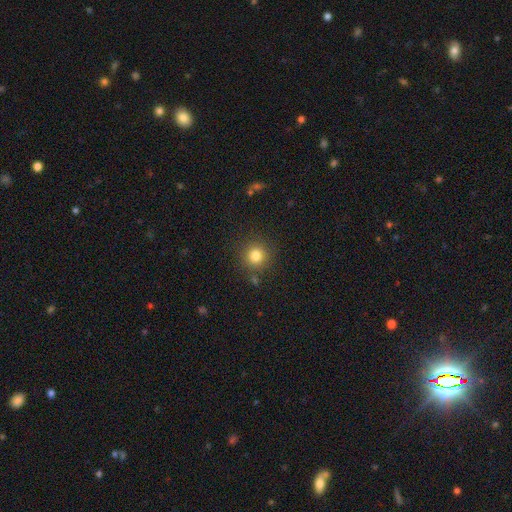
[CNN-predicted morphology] smooth_or_featured: smooth (p=0.81) [alt: star or artifact p=0.13]
how_rounded: round (p=0.93) [alt: in between p=0.06]
merging: none (p=0.86) [alt: minor disturbance p=0.08]